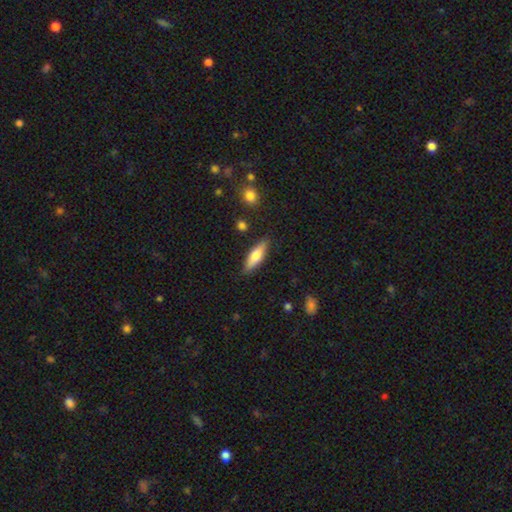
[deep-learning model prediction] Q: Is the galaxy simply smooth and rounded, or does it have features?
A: smooth — 68%.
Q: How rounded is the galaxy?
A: cigar-shaped — 58%.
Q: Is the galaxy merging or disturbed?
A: none — 85%.